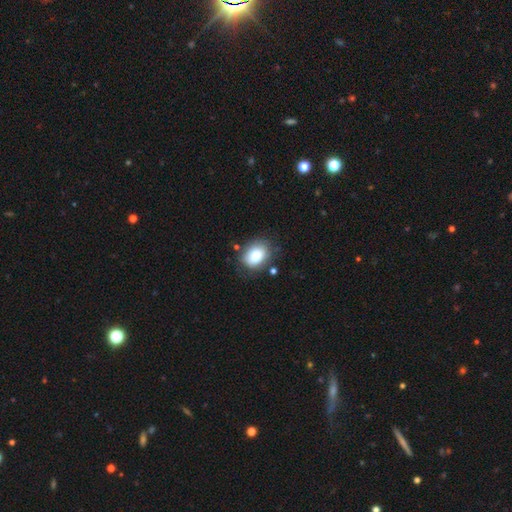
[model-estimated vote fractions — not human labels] Smooth or featured? Predicted: smooth (p=0.83). How rounded? Predicted: in between (p=0.67). Merging? Predicted: none (p=0.72).